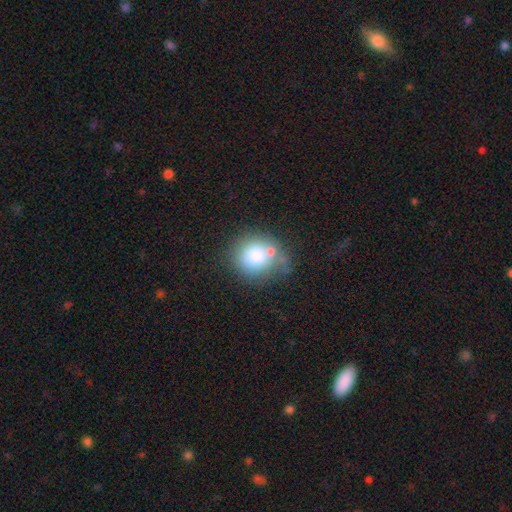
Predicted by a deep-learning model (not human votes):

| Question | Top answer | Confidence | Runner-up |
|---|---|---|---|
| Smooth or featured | smooth | 77% | featured or disk (14%) |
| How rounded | round | 83% | in between (16%) |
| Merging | none | 50% | merger (22%) |